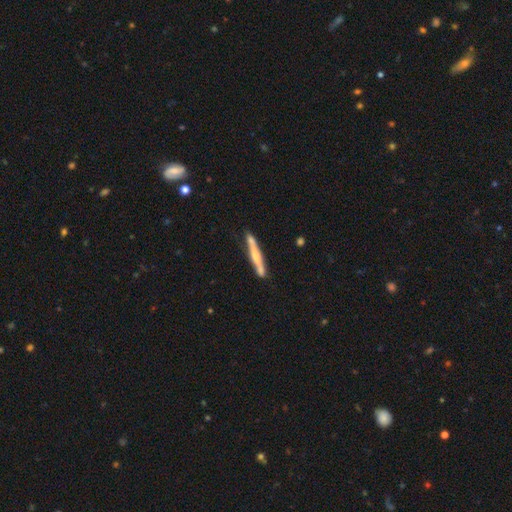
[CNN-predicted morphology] This is possibly a featured or disk galaxy (52%). It is clearly viewed edge-on (94%). Merging: likely none (78%).